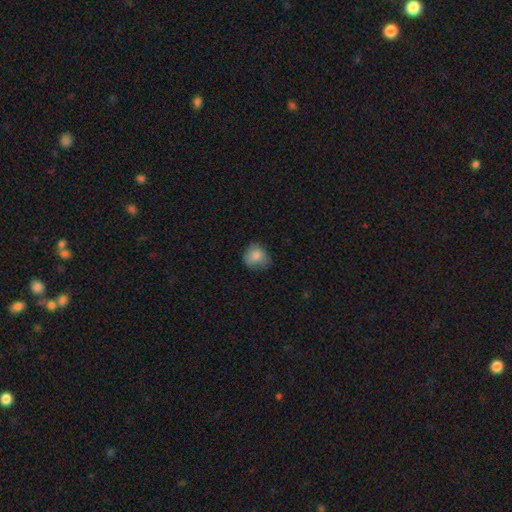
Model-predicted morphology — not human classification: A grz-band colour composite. It shows a smooth galaxy with no disk features (83%) that is round (77%). Merging: none (66%).